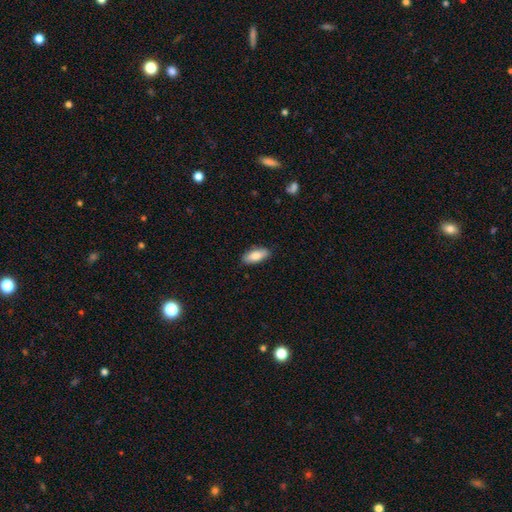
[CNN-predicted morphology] This appears to be a smooth galaxy with no disk features (82%) that is in between round and cigar-shaped (81%). Merging: none (87%).